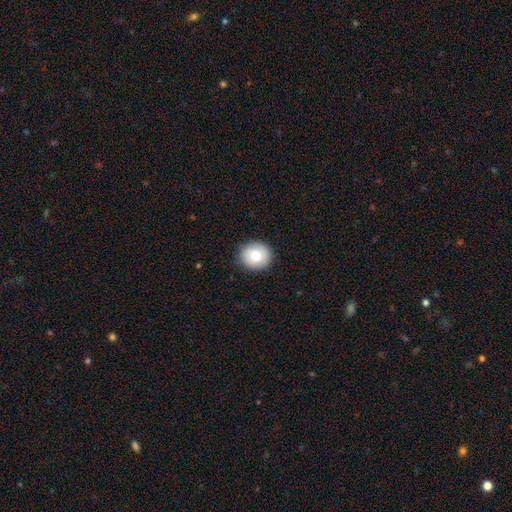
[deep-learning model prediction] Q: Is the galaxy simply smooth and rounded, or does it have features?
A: smooth — 76%.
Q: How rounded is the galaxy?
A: round — 87%.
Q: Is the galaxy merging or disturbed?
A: none — 90%.